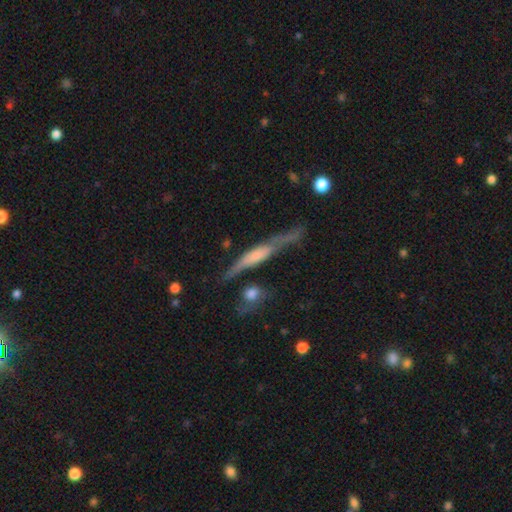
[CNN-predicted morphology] Smooth or featured? featured or disk (63%)
Edge-on disk? yes (86%)
Edge-on bulge? rounded (41%)
Merging? none (55%)